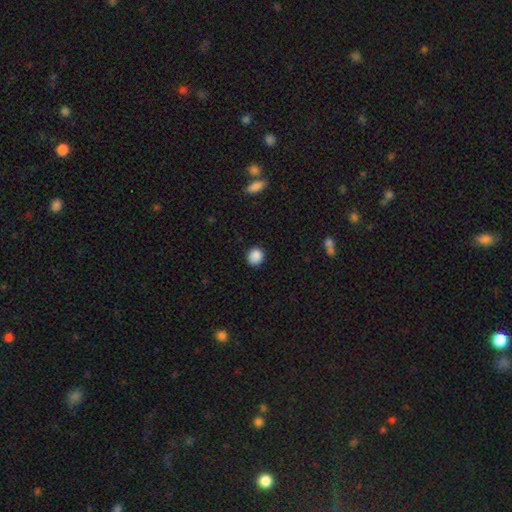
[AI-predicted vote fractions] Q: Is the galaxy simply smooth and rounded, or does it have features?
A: smooth — 88%.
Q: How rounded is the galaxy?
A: round — 77%.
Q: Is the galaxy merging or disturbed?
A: none — 86%.